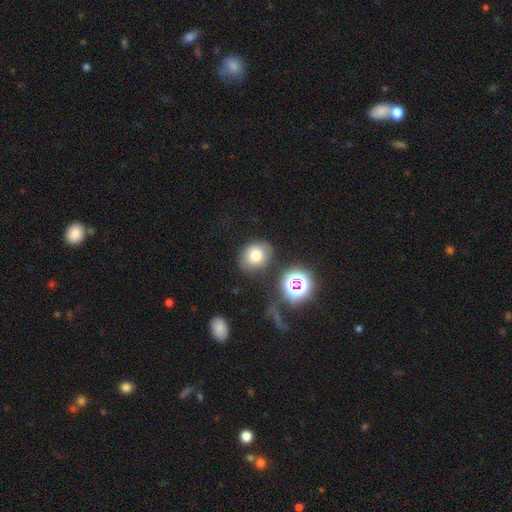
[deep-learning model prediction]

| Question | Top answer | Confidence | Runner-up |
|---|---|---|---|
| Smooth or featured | smooth | 72% | star or artifact (14%) |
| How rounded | round | 60% | in between (39%) |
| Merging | none | 76% | minor disturbance (15%) |